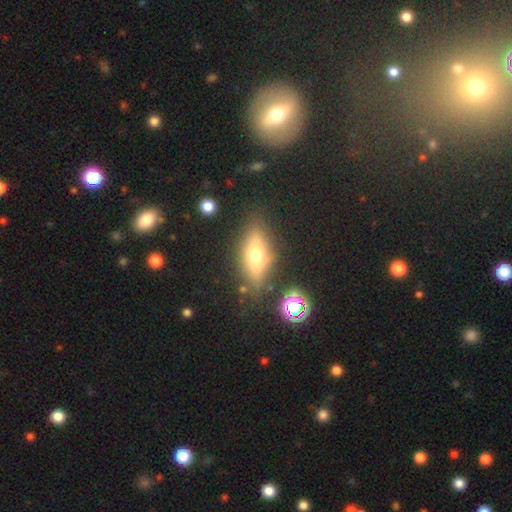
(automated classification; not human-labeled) A smooth galaxy with no disk features (49%).

Vote fractions:
- Smooth or featured? smooth: 49% / featured or disk: 39% / star or artifact: 12%
- Merging? none: 79% / minor disturbance: 13% / major disturbance: 5% / merger: 3%